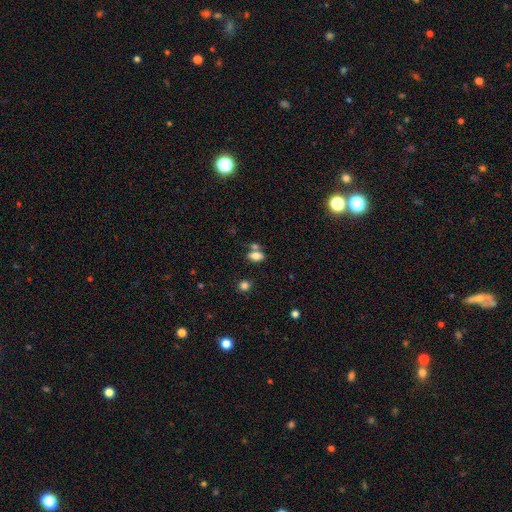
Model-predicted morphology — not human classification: Smooth or featured? smooth (78%)
How rounded? in between (85%)
Merging? none (55%)